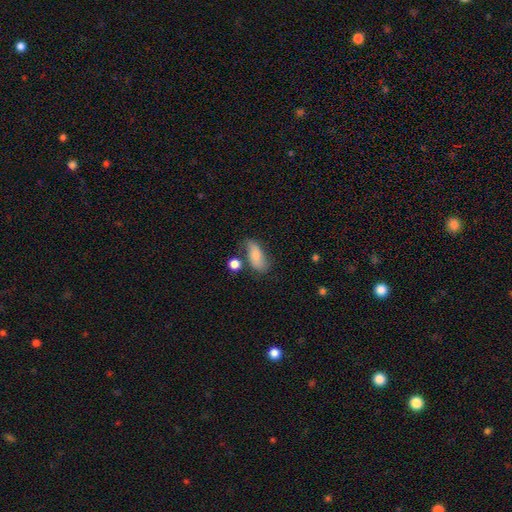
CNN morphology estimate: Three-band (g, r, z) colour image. It shows a smooth galaxy with no disk features (65%) that is in between round and cigar-shaped (86%). Merging: none (54%).